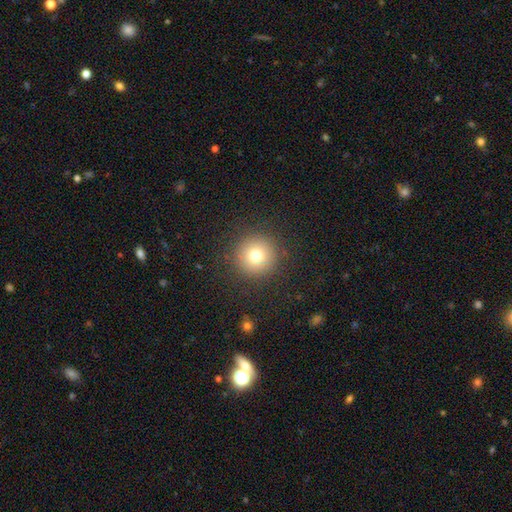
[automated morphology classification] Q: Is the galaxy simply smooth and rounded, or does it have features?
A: smooth — 76%.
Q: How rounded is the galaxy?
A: round — 96%.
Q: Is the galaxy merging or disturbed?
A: none — 90%.